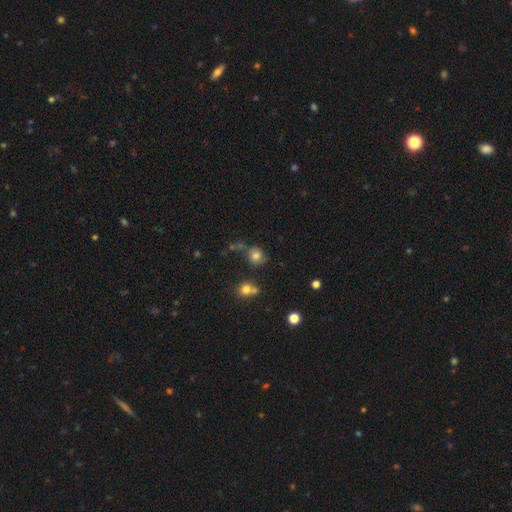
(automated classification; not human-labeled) Smooth or featured?
  - smooth: 77% *
  - star or artifact: 14%
  - featured or disk: 9%
How rounded?
  - round: 82% *
  - in between: 17%
  - cigar-shaped: 1%
Merging?
  - none: 64% *
  - minor disturbance: 15%
  - merger: 14%
  - major disturbance: 7%